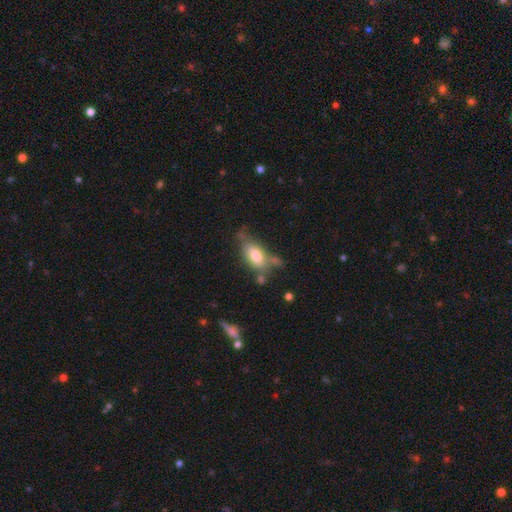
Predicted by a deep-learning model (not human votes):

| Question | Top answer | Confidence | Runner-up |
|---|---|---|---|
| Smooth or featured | smooth | 72% | featured or disk (20%) |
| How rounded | in between | 85% | cigar-shaped (10%) |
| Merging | none | 47% | minor disturbance (27%) |